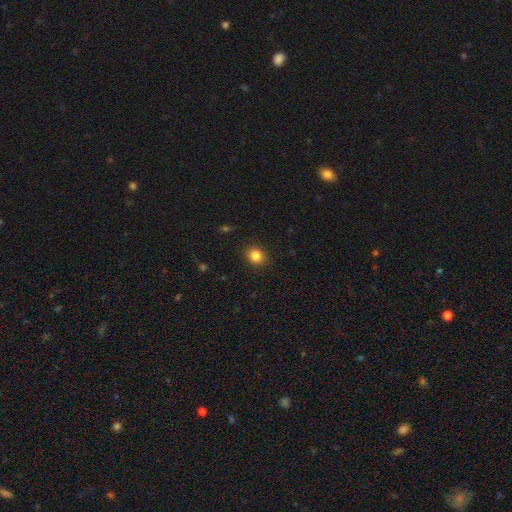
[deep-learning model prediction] smooth 84%, star or artifact 11%, featured or disk 5%. Down the decision tree: how rounded — round (76%); merging — none (90%).